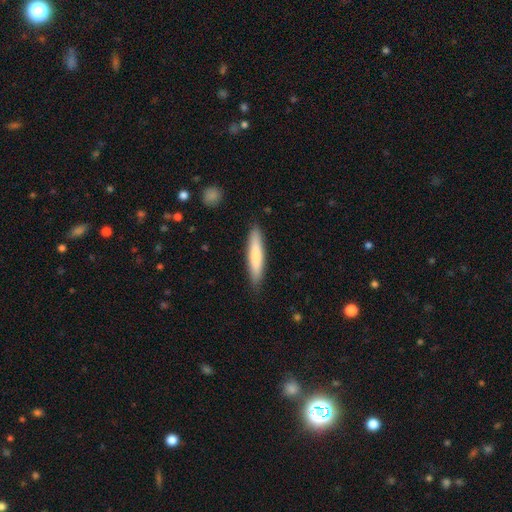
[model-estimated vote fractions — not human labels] smooth-or-featured: smooth: 74% | featured or disk: 21% | star or artifact: 5%
  how-rounded: cigar-shaped: 87% | in between: 12% | round: 1%
  merging: none: 88% | minor disturbance: 9% | major disturbance: 2% | merger: 1%